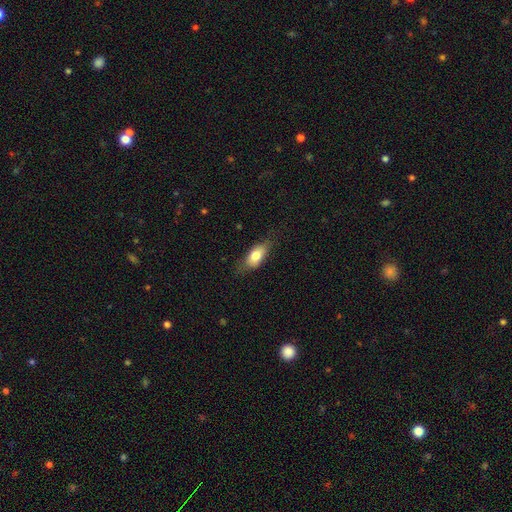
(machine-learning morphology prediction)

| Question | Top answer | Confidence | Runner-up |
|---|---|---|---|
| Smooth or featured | smooth | 76% | featured or disk (18%) |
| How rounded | in between | 83% | cigar-shaped (12%) |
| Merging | none | 71% | minor disturbance (22%) |